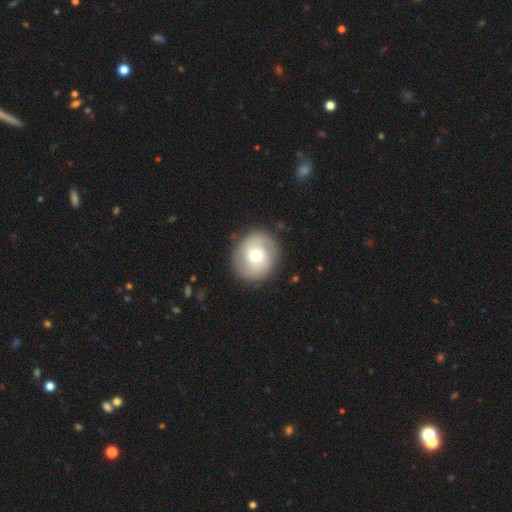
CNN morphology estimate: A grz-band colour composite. It shows a smooth galaxy with no disk features (52%) that is round (84%). Merging: none (86%).